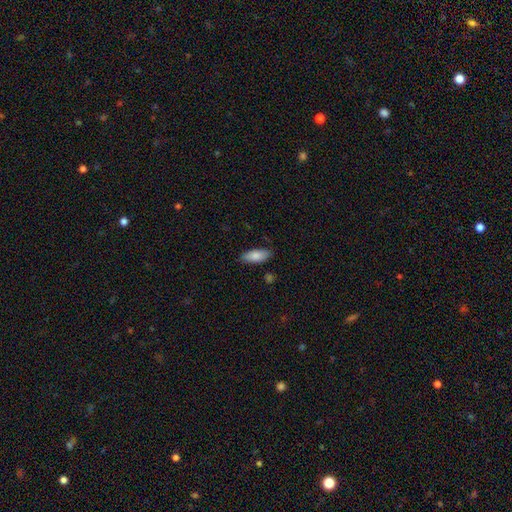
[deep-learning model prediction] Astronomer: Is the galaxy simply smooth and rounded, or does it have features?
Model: smooth — 82%.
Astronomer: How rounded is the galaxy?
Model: in between — 79%.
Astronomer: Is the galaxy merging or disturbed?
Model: none — 83%.